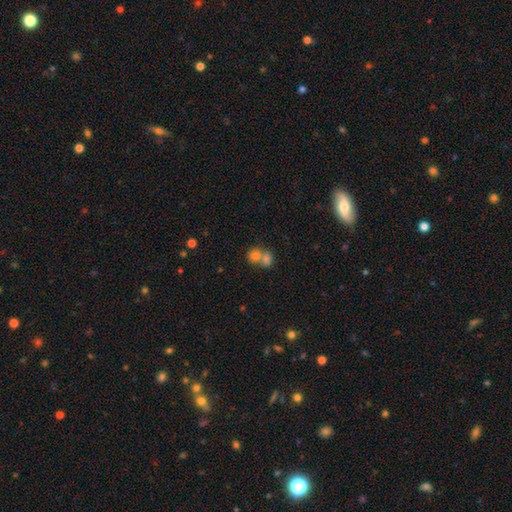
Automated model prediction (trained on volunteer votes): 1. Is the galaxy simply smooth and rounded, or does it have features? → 75% smooth, 13% featured or disk, 11% star or artifact.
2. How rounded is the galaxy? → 68% round, 31% in between, 1% cigar-shaped.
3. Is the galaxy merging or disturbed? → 67% merger, 26% none, 5% minor disturbance, 2% major disturbance.